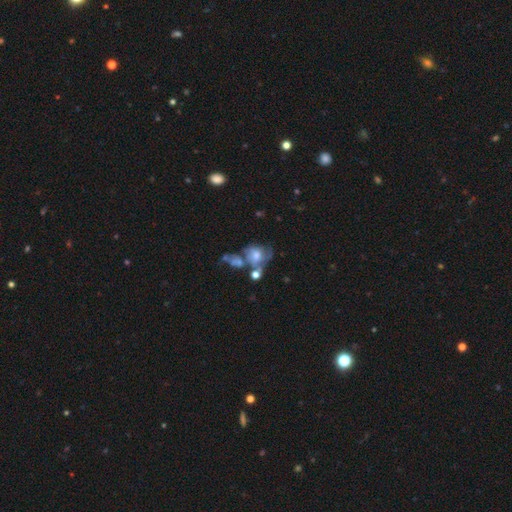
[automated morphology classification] This is possibly a featured or disk galaxy (50%). Merging: marginally merger (32%).